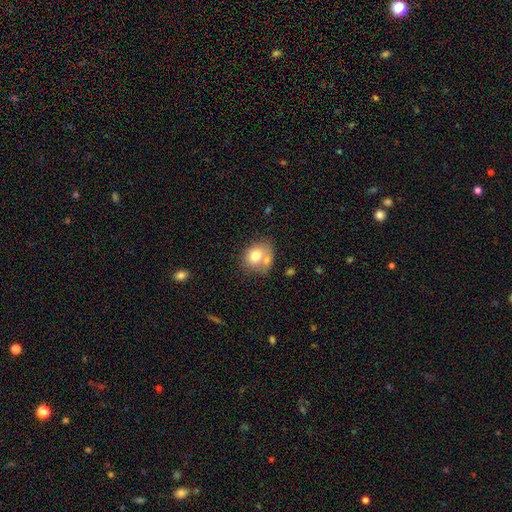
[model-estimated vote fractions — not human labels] Smooth or featured? Predicted: smooth (p=0.73). How rounded? Predicted: round (p=0.63). Merging? Predicted: none (p=0.41).